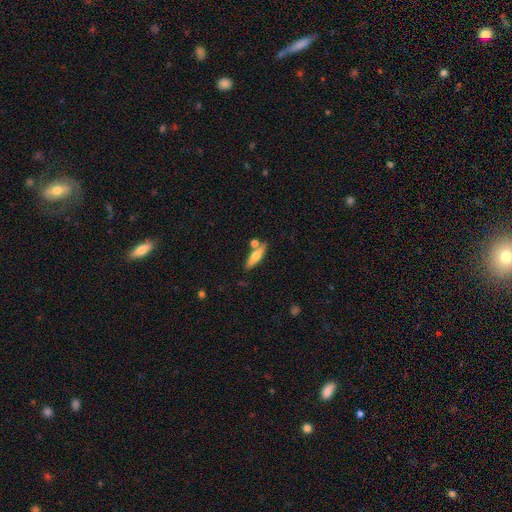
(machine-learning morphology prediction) Overall: smooth (55%; featured or disk 39%). How rounded: cigar-shaped (68%; in between 30%). Merging: none (72%).